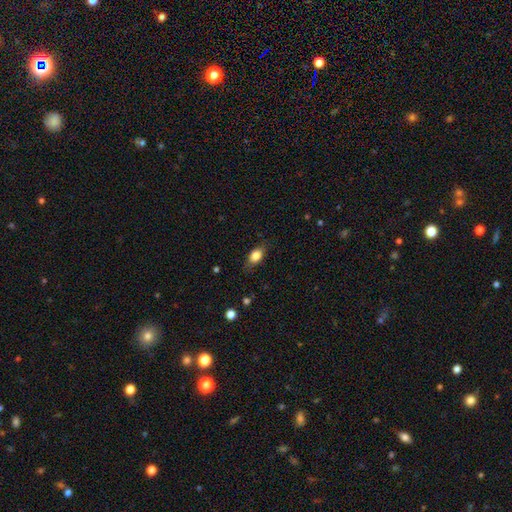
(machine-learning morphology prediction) This appears to be a smooth galaxy with no disk features (80%) that is in between round and cigar-shaped (82%). Merging: none (78%).